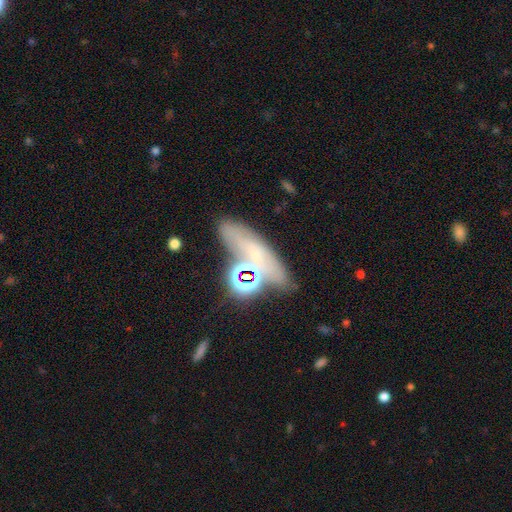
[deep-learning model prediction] The model was most divided on "smooth or featured": featured or disk: 38%, smooth: 37%, star or artifact: 26%. More confident: merging — none (53%).